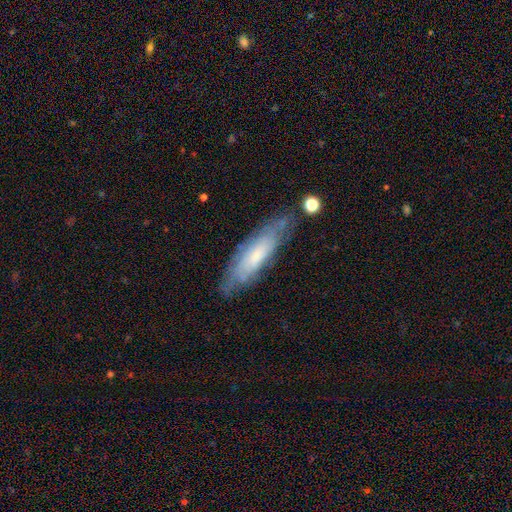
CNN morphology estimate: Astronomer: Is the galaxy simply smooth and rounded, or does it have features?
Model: featured or disk — 53% (runner-up: smooth, 40%).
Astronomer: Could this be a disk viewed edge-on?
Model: no — 65%.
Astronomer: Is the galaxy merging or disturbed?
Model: none — 68%.